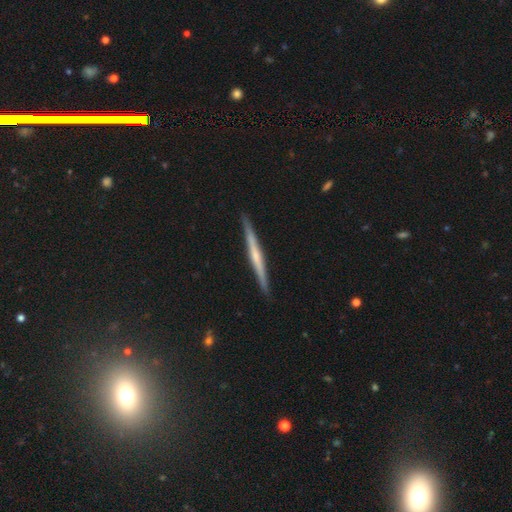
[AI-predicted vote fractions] smooth-or-featured: featured or disk: 66% | smooth: 29% | star or artifact: 5%
  disk-edge-on: yes: 98% | no: 2%
    edge-on-bulge: none: 49% | rounded: 40% | boxy: 11%
  merging: none: 92% | minor disturbance: 6% | major disturbance: 1% | merger: 1%